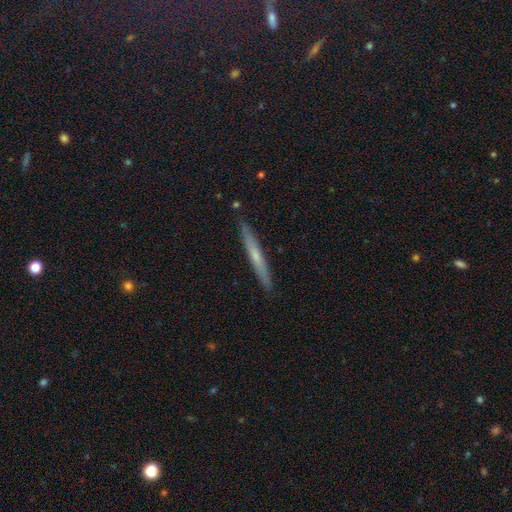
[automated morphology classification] The model was most divided on "smooth or featured": featured or disk: 50%, smooth: 44%, star or artifact: 6%. More confident: edge-on disk — yes (96%); merging — none (90%).